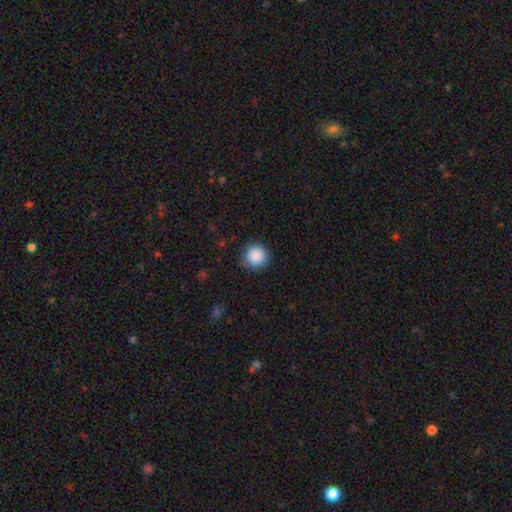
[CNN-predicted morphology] smooth_or_featured: smooth (p=0.88) [alt: star or artifact p=0.08]
how_rounded: round (p=0.94) [alt: in between p=0.05]
merging: none (p=0.85) [alt: minor disturbance p=0.11]